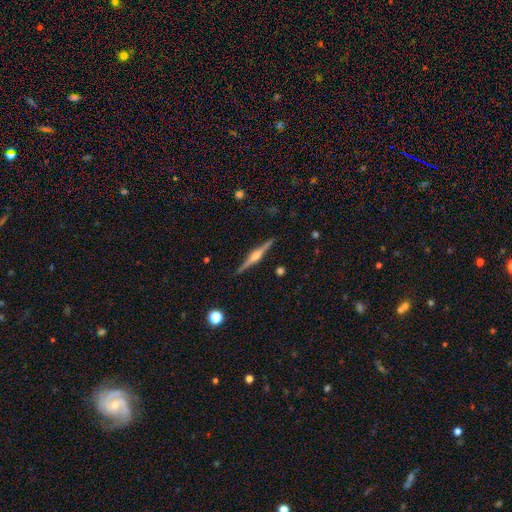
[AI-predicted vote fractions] This is clearly a featured or disk galaxy (83%). It is clearly viewed edge-on (99%). Edge-on bulge: clearly rounded (85%). Merging: clearly none (92%).